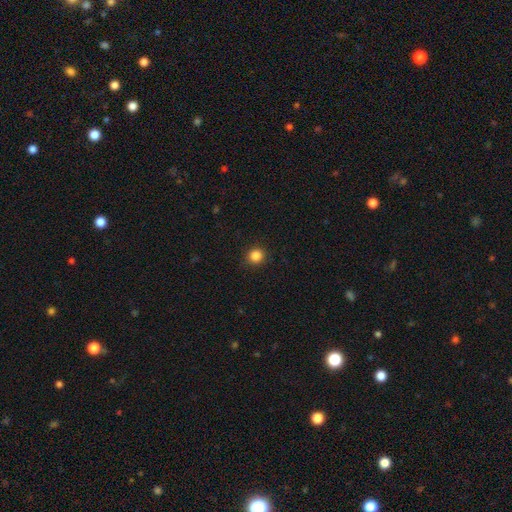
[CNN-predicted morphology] This is clearly a smooth galaxy (85%). How rounded: clearly round (92%). Merging: clearly none (91%).